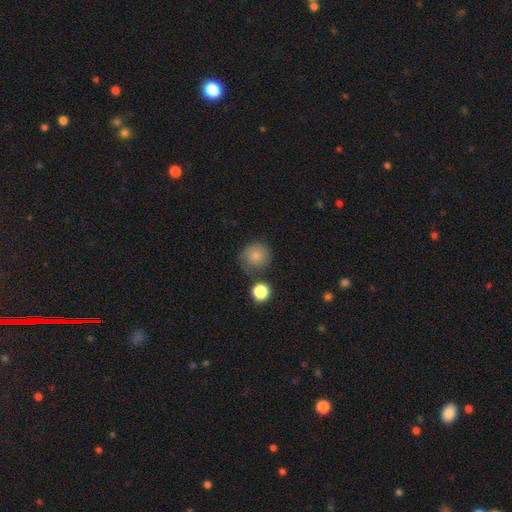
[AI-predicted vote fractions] Smooth or featured? smooth (82%)
How rounded? round (92%)
Merging? none (73%)